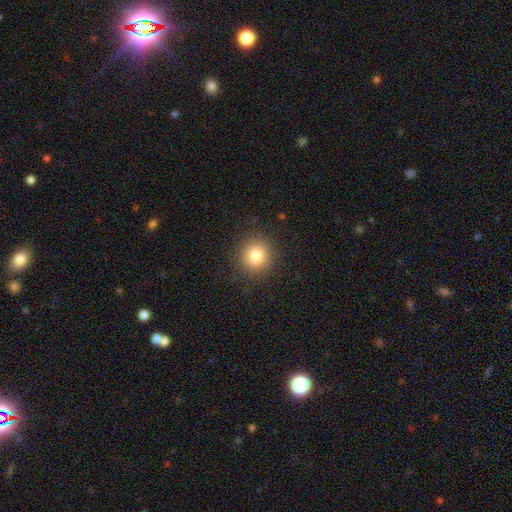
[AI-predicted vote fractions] A smooth galaxy with no disk features (82%) that is round (91%). Merging: none (90%).